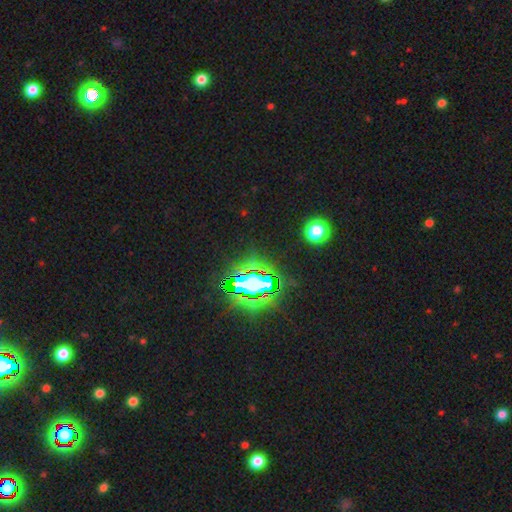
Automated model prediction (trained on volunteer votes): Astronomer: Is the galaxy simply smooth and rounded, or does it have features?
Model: star or artifact — 84%.